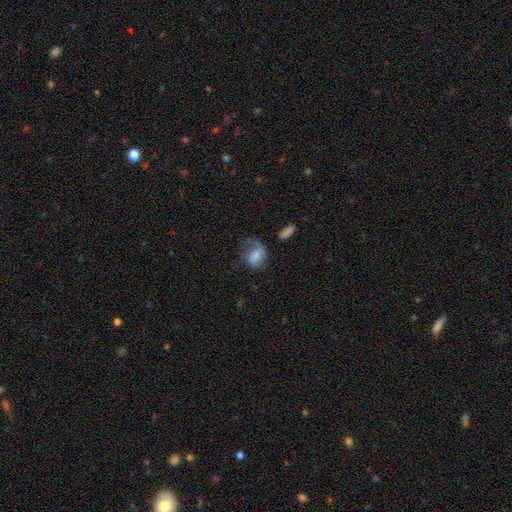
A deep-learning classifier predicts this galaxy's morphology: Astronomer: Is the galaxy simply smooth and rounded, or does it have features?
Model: smooth — 46% (runner-up: featured or disk, 45%).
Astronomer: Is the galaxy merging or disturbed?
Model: major disturbance — 41% (runner-up: none, 34%).